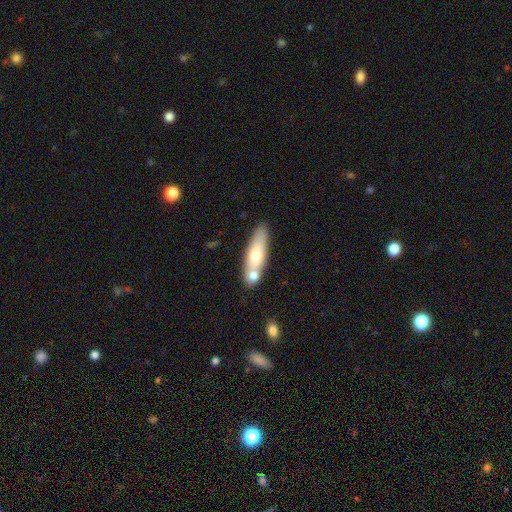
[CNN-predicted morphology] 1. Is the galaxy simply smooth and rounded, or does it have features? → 66% smooth, 28% featured or disk, 6% star or artifact.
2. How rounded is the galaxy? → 59% cigar-shaped, 38% in between, 3% round.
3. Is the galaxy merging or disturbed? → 55% none, 28% merger, 13% minor disturbance, 3% major disturbance.